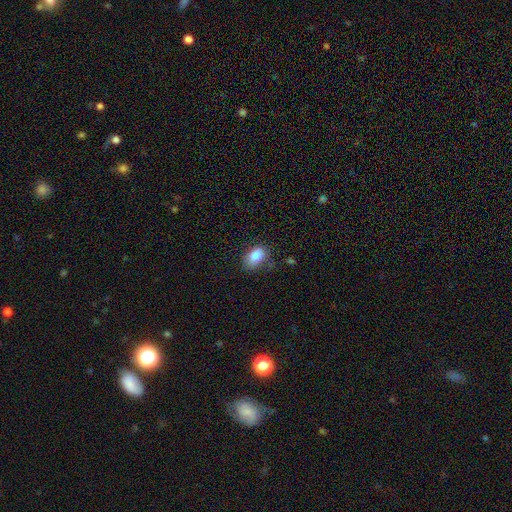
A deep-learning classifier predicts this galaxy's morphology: smooth_or_featured: smooth (p=0.85) [alt: star or artifact p=0.08]
how_rounded: in between (p=0.85) [alt: round p=0.13]
merging: none (p=0.68) [alt: minor disturbance p=0.23]